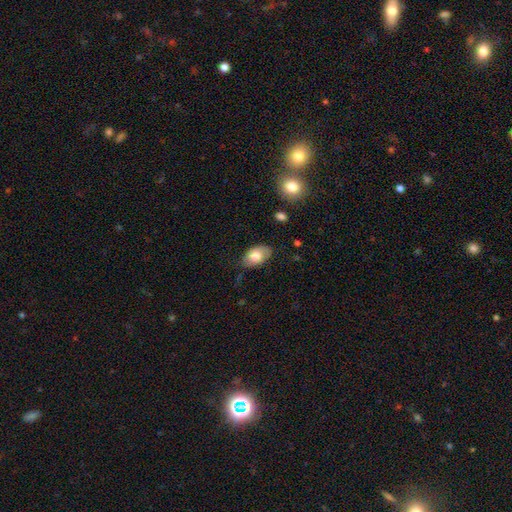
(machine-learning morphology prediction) A smooth galaxy with no disk features (77%) that is in between round and cigar-shaped (91%).

Vote fractions:
- Smooth or featured? smooth: 77% / featured or disk: 16% / star or artifact: 7%
- How rounded? in between: 91% / round: 7% / cigar-shaped: 1%
- Merging? none: 74% / minor disturbance: 21% / major disturbance: 3% / merger: 2%